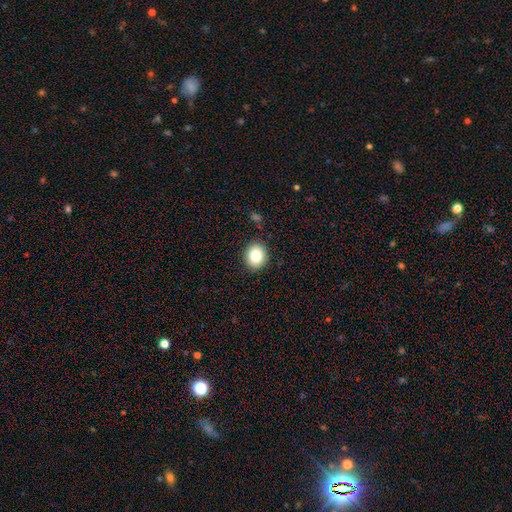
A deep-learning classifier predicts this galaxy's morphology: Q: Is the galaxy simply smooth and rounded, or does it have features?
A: smooth — 82%.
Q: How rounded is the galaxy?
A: round — 70%.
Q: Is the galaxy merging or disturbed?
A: none — 89%.